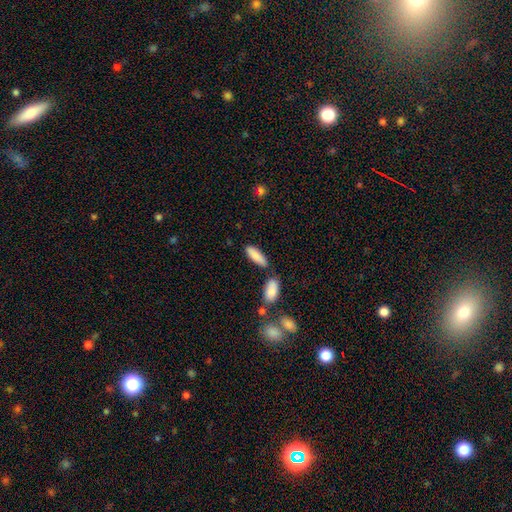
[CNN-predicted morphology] Overall: smooth (84%). How rounded: in between (55%; cigar-shaped 43%). Merging: none (72%).